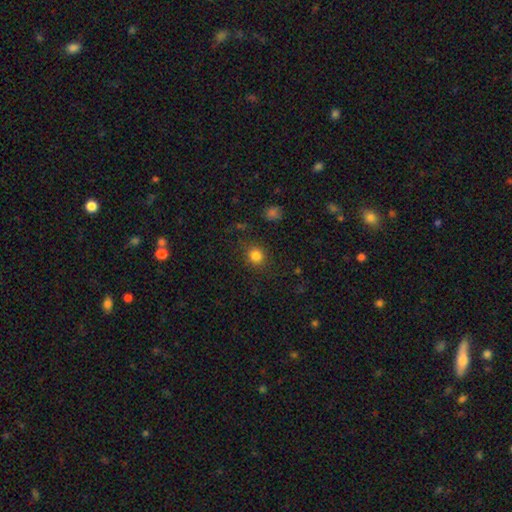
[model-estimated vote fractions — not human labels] smooth 82%, star or artifact 13%, featured or disk 5%. Down the decision tree: how rounded — round (83%); merging — none (86%).